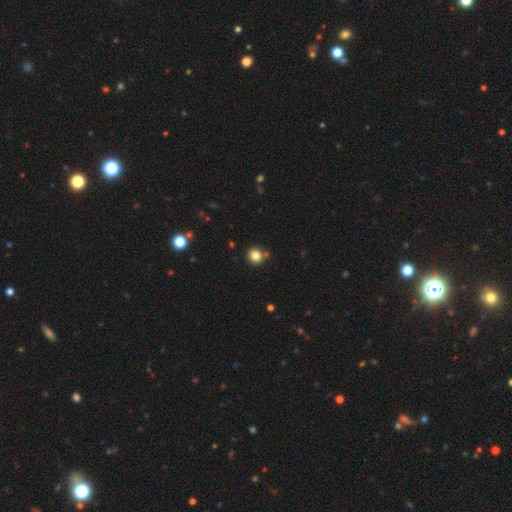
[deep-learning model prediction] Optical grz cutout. It shows a smooth galaxy with no disk features (81%) that is round (85%). Merging: none (80%).